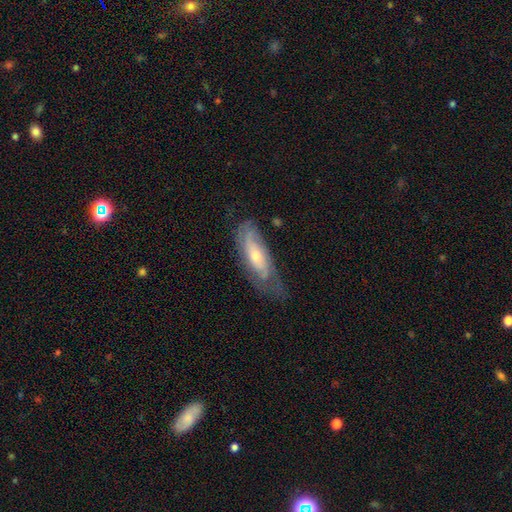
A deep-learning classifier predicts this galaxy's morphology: Overall: featured or disk (64%; smooth 30%). Edge-on disk: no (78%). Merging: none (55%; minor disturbance 29%).